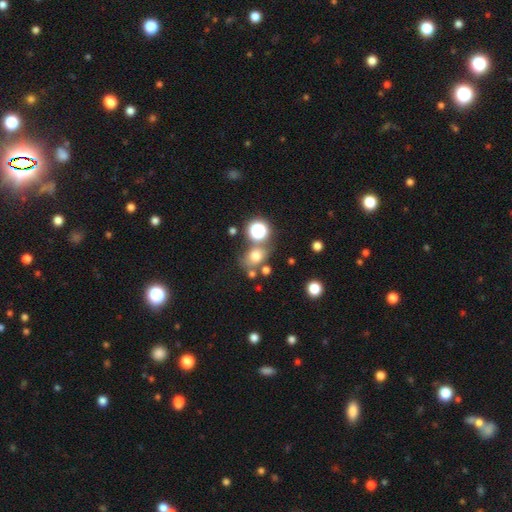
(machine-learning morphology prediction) smooth_or_featured: smooth (p=0.68) [alt: star or artifact p=0.20]
how_rounded: round (p=0.53) [alt: in between p=0.46]
merging: none (p=0.60) [alt: merger p=0.19]